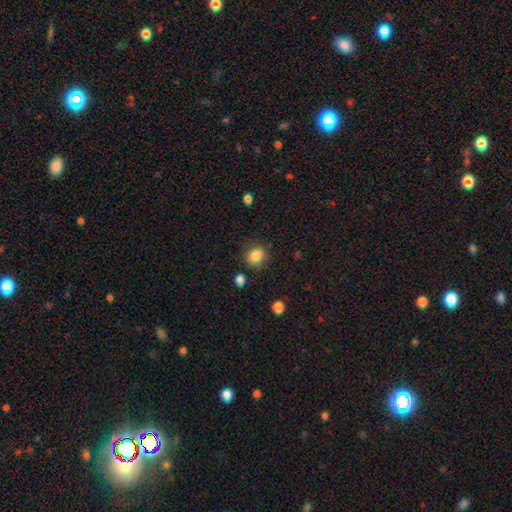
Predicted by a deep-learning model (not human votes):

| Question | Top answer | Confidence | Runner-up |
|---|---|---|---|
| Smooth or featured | smooth | 85% | star or artifact (10%) |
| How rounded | round | 74% | in between (25%) |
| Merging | none | 78% | minor disturbance (15%) |